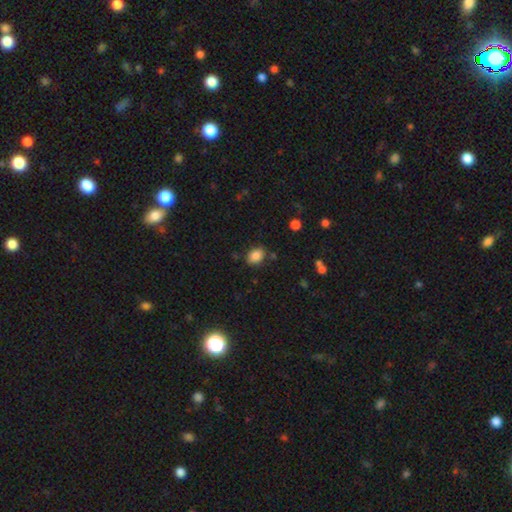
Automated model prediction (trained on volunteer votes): A smooth galaxy with no disk features (85%) that is in between round and cigar-shaped (65%). Merging: none (81%).